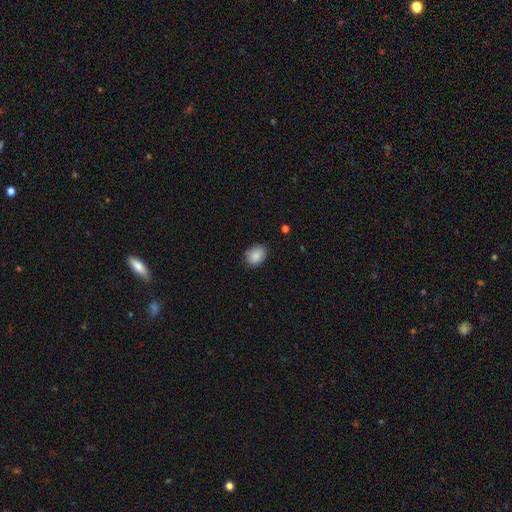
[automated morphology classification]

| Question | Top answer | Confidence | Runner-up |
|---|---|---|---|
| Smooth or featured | smooth | 88% | star or artifact (8%) |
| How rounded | in between | 62% | round (37%) |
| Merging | none | 81% | minor disturbance (15%) |